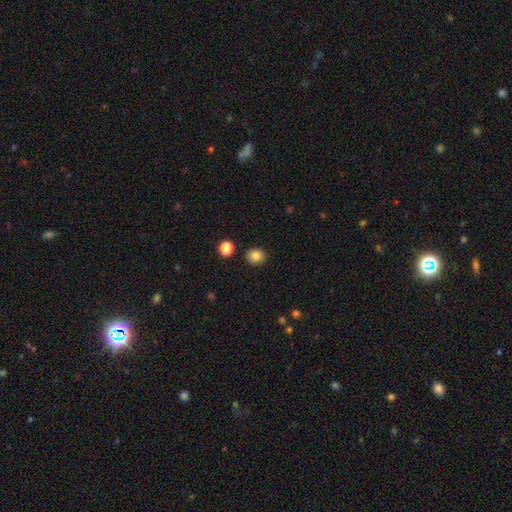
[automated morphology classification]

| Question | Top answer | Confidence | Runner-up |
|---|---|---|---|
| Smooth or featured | smooth | 84% | star or artifact (10%) |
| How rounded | round | 68% | in between (31%) |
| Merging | none | 88% | minor disturbance (7%) |